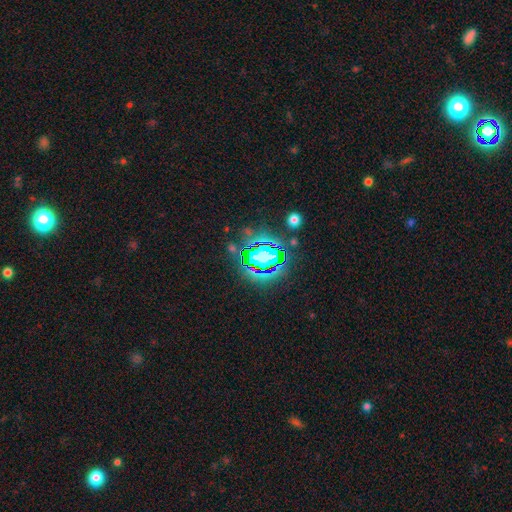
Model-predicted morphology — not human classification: star or artifact 80%, smooth 12%, featured or disk 9%.